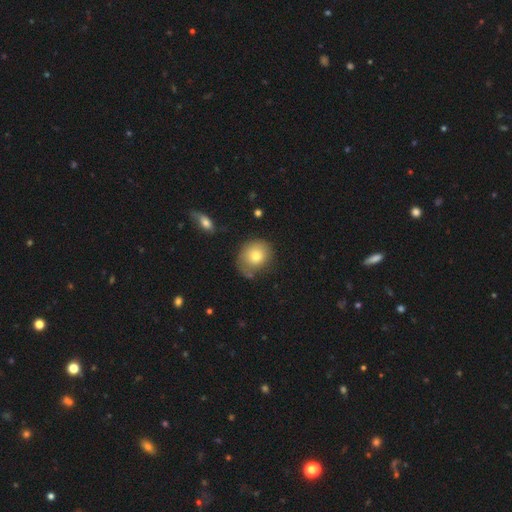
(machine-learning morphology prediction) type=smooth (76%); roundness=round (69%); merging=none (62%).